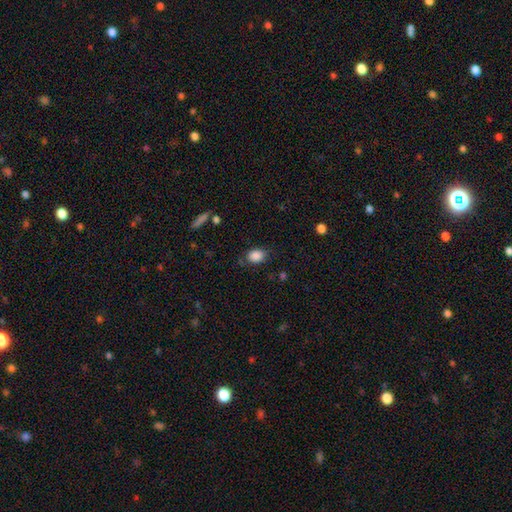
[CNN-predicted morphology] type=smooth (87%); roundness=in between (68%); merging=none (75%).